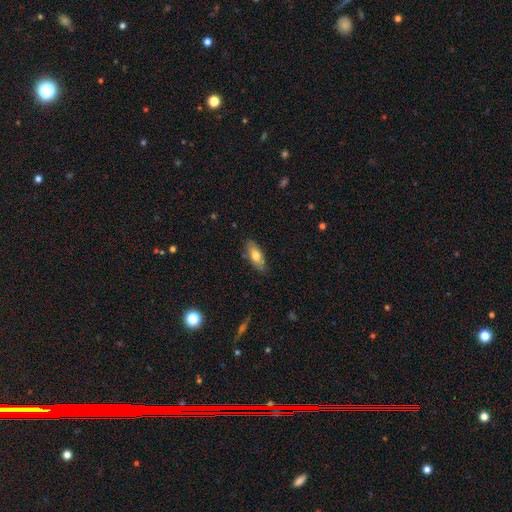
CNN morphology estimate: smooth-or-featured: smooth: 71% | featured or disk: 22% | star or artifact: 7%
  how-rounded: in between: 76% | cigar-shaped: 22% | round: 3%
  merging: none: 85% | minor disturbance: 12% | major disturbance: 2% | merger: 1%